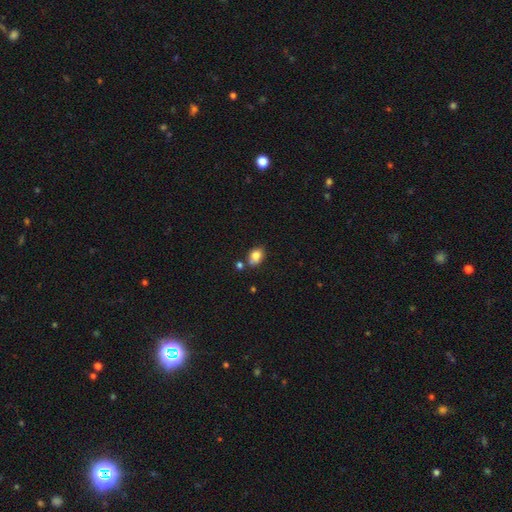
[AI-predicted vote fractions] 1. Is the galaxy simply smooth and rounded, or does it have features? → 81% smooth, 9% star or artifact, 9% featured or disk.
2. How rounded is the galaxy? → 74% in between, 24% round, 1% cigar-shaped.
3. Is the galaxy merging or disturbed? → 63% none, 18% minor disturbance, 15% merger, 4% major disturbance.